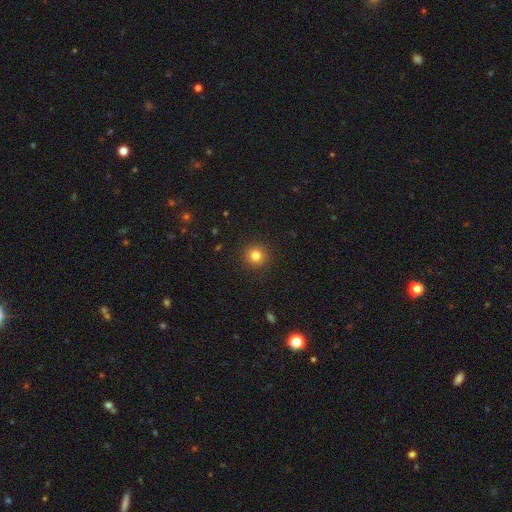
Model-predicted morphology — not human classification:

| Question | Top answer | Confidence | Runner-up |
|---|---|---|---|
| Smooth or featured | smooth | 82% | star or artifact (12%) |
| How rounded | round | 94% | in between (5%) |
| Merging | none | 92% | minor disturbance (5%) |